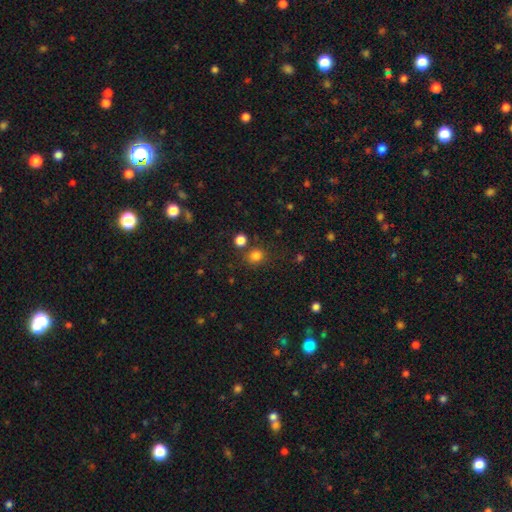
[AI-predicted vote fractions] smooth_or_featured: smooth (p=0.81) [alt: star or artifact p=0.14]
how_rounded: round (p=0.78) [alt: in between p=0.22]
merging: none (p=0.75) [alt: minor disturbance p=0.11]